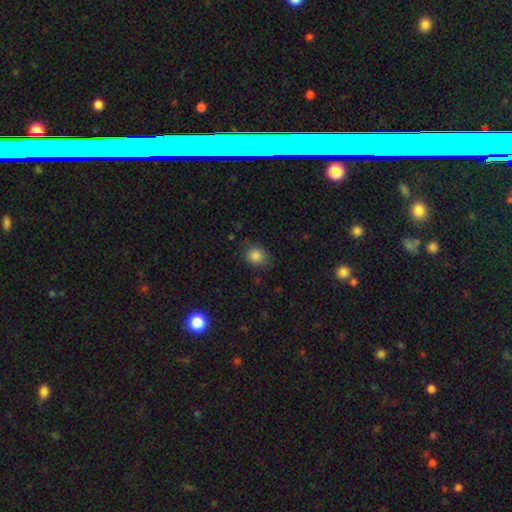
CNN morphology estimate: A smooth galaxy with no disk features (86%) that is round (75%). Merging: none (79%).